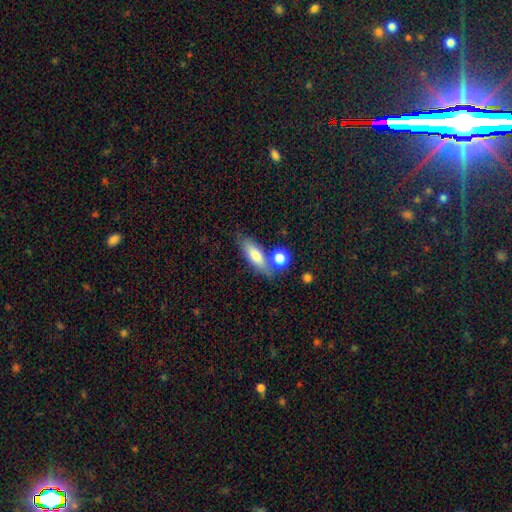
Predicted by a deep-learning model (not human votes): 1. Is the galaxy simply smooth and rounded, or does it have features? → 74% smooth, 19% featured or disk, 7% star or artifact.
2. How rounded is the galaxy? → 59% in between, 36% cigar-shaped, 5% round.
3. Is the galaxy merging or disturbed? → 64% none, 17% merger, 15% minor disturbance, 4% major disturbance.